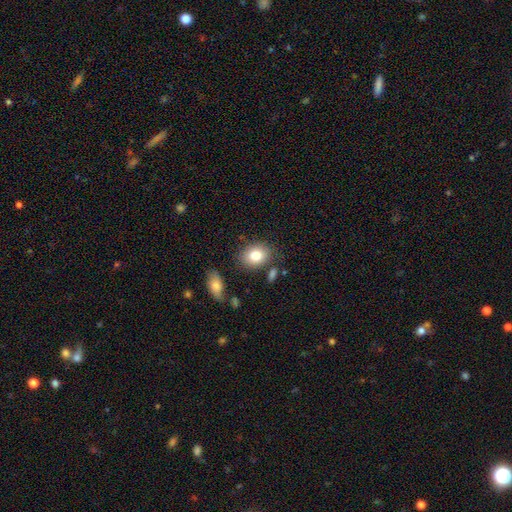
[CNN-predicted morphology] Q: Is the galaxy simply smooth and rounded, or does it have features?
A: smooth — 82%.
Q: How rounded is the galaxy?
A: in between — 61%.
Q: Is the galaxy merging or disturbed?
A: none — 77%.